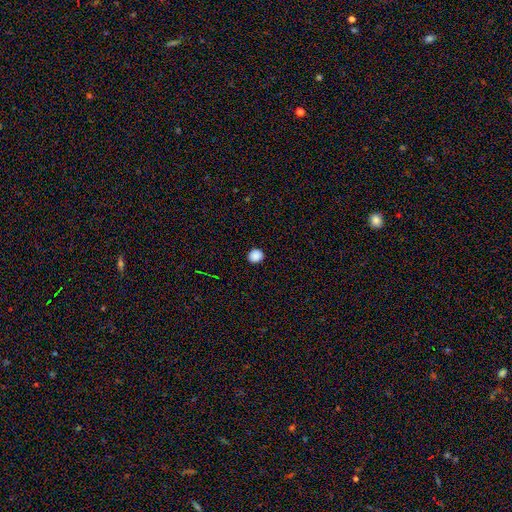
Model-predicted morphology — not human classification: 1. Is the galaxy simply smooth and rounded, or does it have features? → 88% smooth, 10% star or artifact, 3% featured or disk.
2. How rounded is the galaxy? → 82% round, 17% in between, 1% cigar-shaped.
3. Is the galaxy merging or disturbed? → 91% none, 6% minor disturbance, 2% major disturbance, 1% merger.